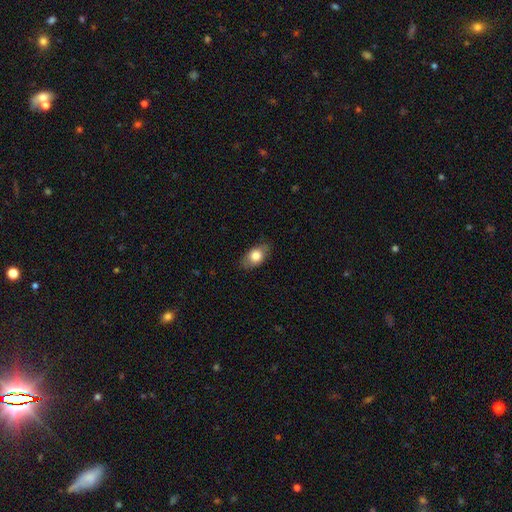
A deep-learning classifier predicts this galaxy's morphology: Smooth or featured? smooth (77%)
How rounded? in between (88%)
Merging? none (82%)